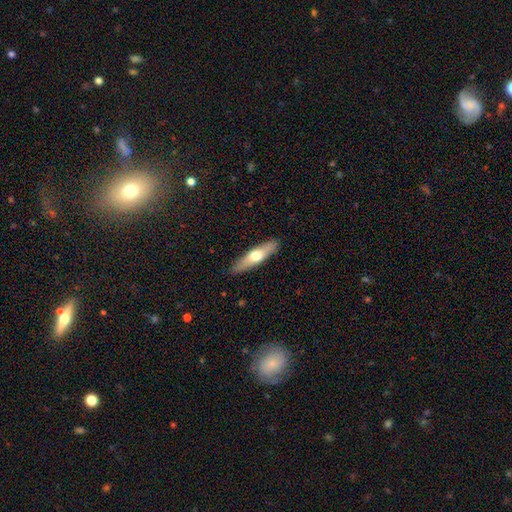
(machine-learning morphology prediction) Smooth or featured? smooth (53%)
How rounded? cigar-shaped (74%)
Merging? none (89%)